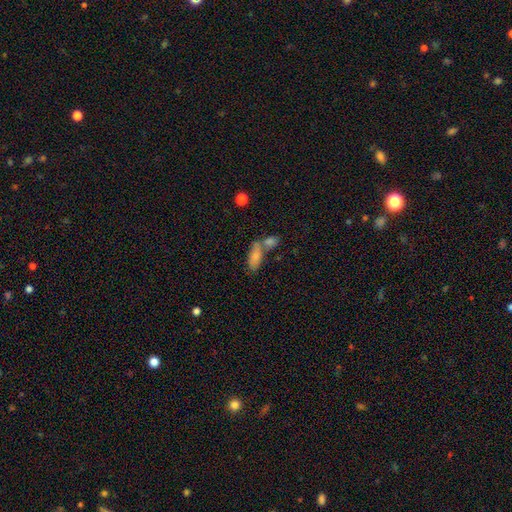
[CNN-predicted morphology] type=smooth (80%); roundness=in between (79%); merging=merger (45%).